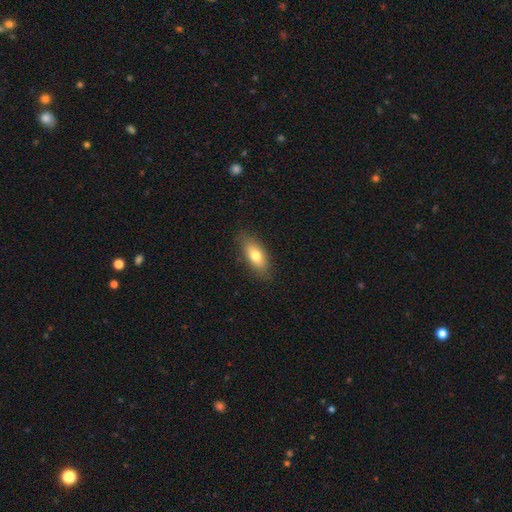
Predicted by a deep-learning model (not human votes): smooth_or_featured: smooth (p=0.74) [alt: featured or disk p=0.19]
how_rounded: in between (p=0.78) [alt: cigar-shaped p=0.18]
merging: none (p=0.83) [alt: minor disturbance p=0.13]